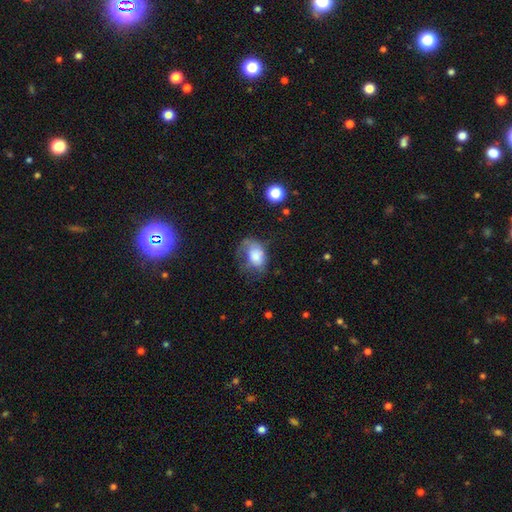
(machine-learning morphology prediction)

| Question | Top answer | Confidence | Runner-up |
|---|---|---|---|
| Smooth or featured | smooth | 64% | featured or disk (27%) |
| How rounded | in between | 76% | round (22%) |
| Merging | major disturbance | 38% | none (30%) |